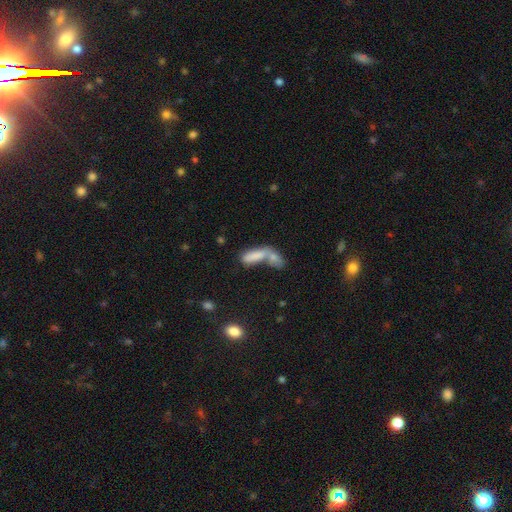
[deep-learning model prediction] A smooth galaxy with no disk features (78%) that is in between round and cigar-shaped (57%).

Vote fractions:
- Smooth or featured? smooth: 78% / featured or disk: 14% / star or artifact: 9%
- How rounded? in between: 57% / cigar-shaped: 39% / round: 3%
- Merging? merger: 66% / none: 20% / minor disturbance: 8% / major disturbance: 6%